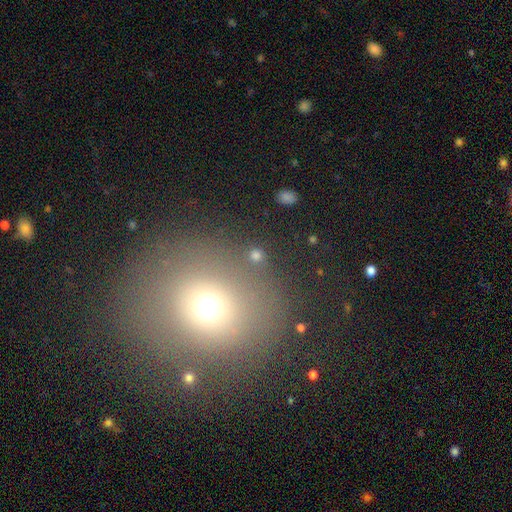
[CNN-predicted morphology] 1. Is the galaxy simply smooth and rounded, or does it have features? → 63% smooth, 29% star or artifact, 8% featured or disk.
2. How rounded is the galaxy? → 84% round, 14% in between, 2% cigar-shaped.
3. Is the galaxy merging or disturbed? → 80% none, 8% minor disturbance, 7% merger, 5% major disturbance.